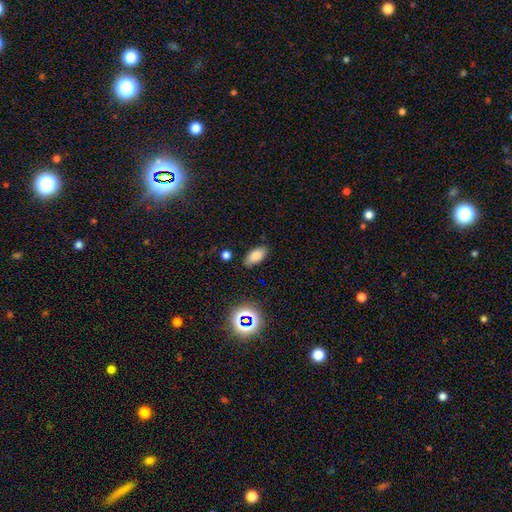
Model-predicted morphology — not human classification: This is likely a smooth galaxy (79%). How rounded: clearly in between (90%). Merging: clearly none (83%).